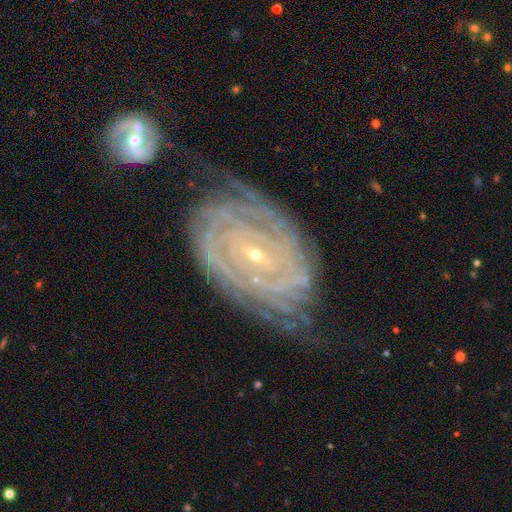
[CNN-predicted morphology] featured or disk 90%, star or artifact 6%, smooth 5%. Down the decision tree: edge-on disk — no (96%); bar — no (41%); spiral arms — yes (97%); spiral arm count — can't tell (30%); spiral winding — tight (85%); bulge size — small (80%); merging — none (57%).